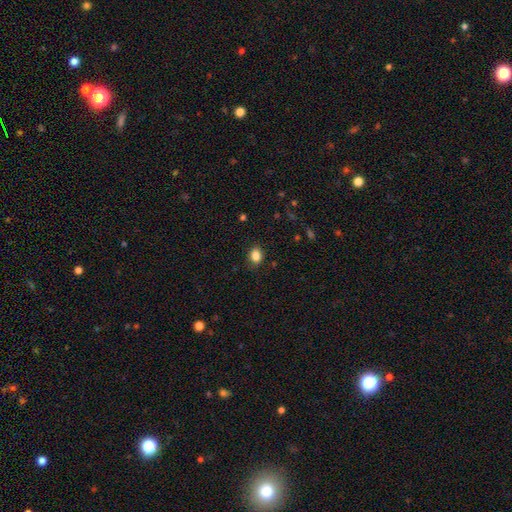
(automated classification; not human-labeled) Smooth or featured? Predicted: smooth (p=0.86). How rounded? Predicted: in between (p=0.61). Merging? Predicted: none (p=0.86).